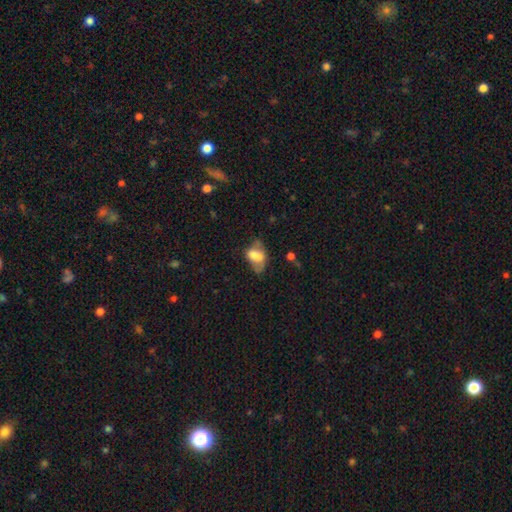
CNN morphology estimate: The model was most divided on "merging": none: 30%, minor disturbance: 27%, major disturbance: 25%, merger: 18%. More confident: how rounded — in between (84%); smooth or featured — smooth (60%).